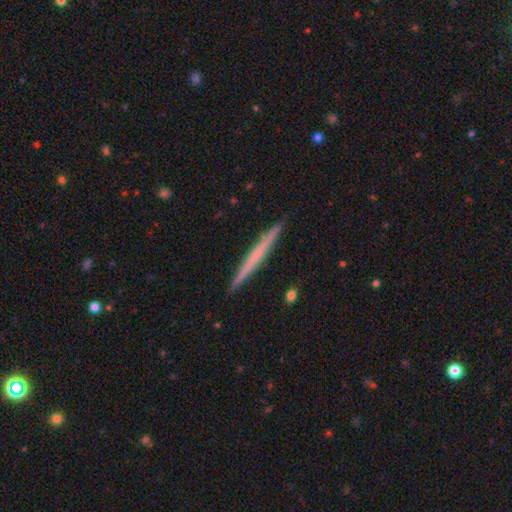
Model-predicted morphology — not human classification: smooth_or_featured: featured or disk (p=0.50) [alt: smooth p=0.45]
merging: none (p=0.92) [alt: minor disturbance p=0.05]